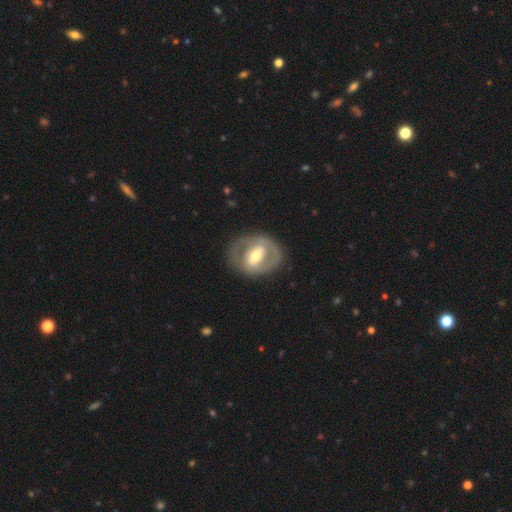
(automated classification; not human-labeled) A featured or disk galaxy (66%) with a strong bar (41%), no spiral arms (63%) and a moderate central bulge (65%).

Vote fractions:
- Smooth or featured? featured or disk: 66% / smooth: 28% / star or artifact: 5%
- Edge-on disk? no: 94% / yes: 6%
- Bar? strong: 41% / weak: 35% / no: 24%
- Spiral arms? no: 63% / yes: 37%
- Bulge size? moderate: 65% / small: 22% / large: 11% / dominant: 1% / none: 1%
- Merging? none: 77% / minor disturbance: 14% / major disturbance: 8% / merger: 1%